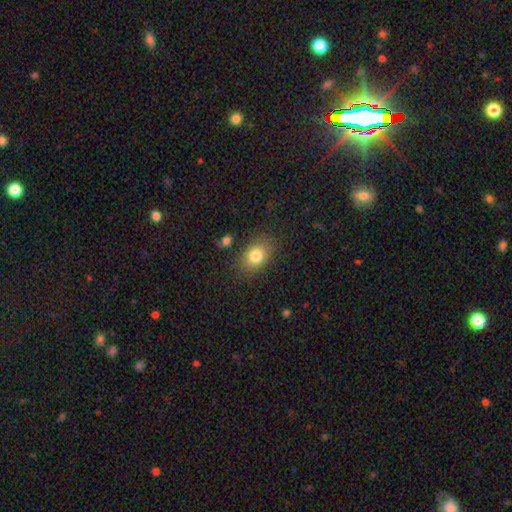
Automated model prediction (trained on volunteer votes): A smooth galaxy with no disk features (80%) that is in between round and cigar-shaped (75%). Merging: none (81%).